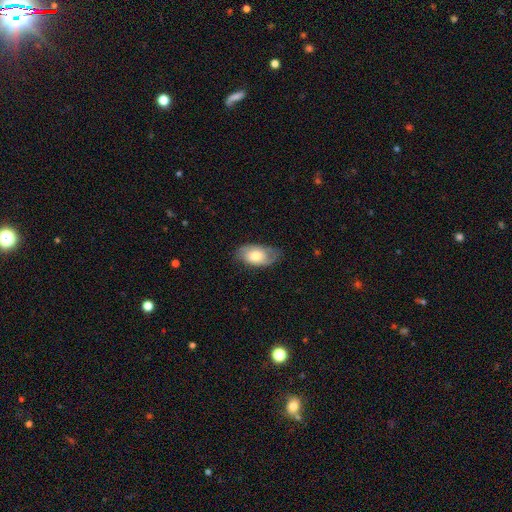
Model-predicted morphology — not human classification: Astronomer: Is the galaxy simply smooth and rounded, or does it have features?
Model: smooth — 48% (runner-up: featured or disk, 45%).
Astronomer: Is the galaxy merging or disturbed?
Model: none — 67%.